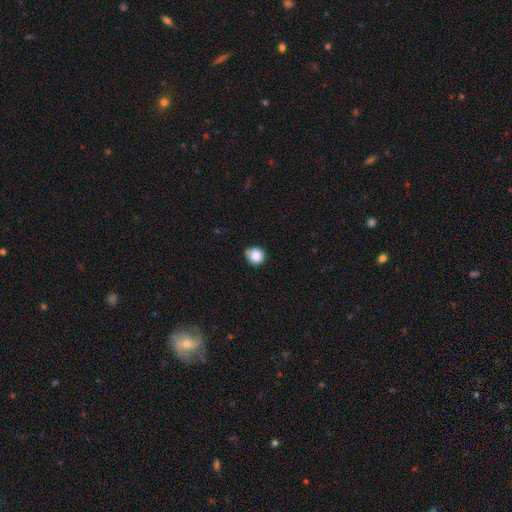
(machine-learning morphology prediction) Smooth or featured? smooth (86%)
How rounded? round (91%)
Merging? none (73%)